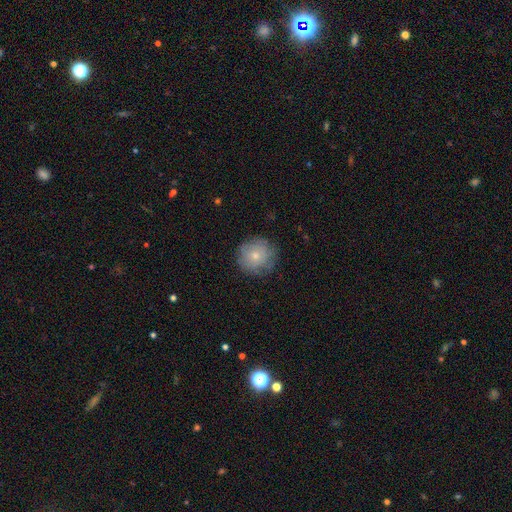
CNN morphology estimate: smooth 71%, featured or disk 21%, star or artifact 8%. Down the decision tree: how rounded — round (90%); merging — none (78%).